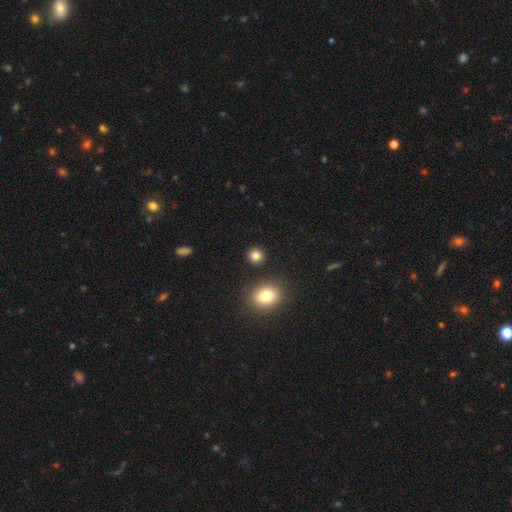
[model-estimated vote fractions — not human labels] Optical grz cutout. It shows a smooth galaxy with no disk features (83%) that is round (88%). Merging: none (89%).